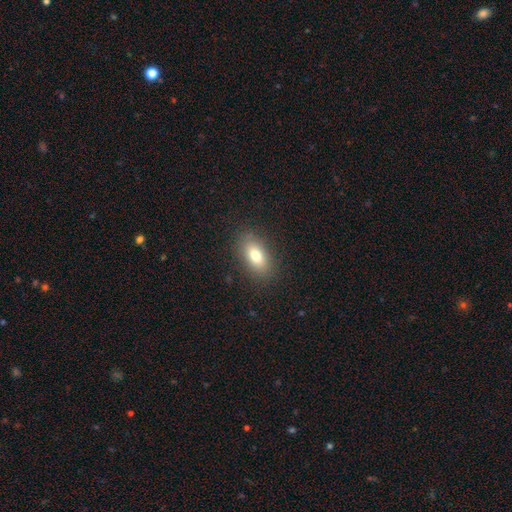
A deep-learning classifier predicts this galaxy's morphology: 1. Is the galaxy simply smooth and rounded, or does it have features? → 77% smooth, 14% featured or disk, 9% star or artifact.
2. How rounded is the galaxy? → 88% in between, 8% round, 5% cigar-shaped.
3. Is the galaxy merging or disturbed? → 86% none, 9% minor disturbance, 3% major disturbance, 1% merger.